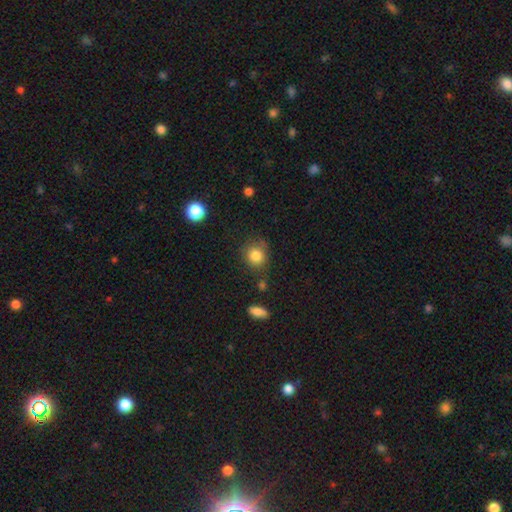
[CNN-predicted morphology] Smooth or featured? smooth (84%)
How rounded? round (83%)
Merging? none (74%)